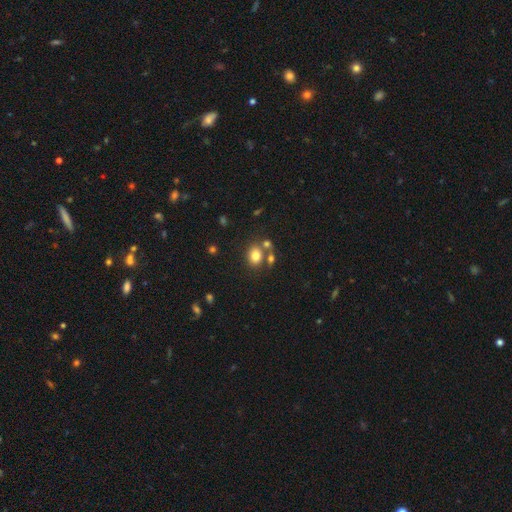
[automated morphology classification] A smooth galaxy with no disk features (79%) that is round (51%). Merging: none (59%).